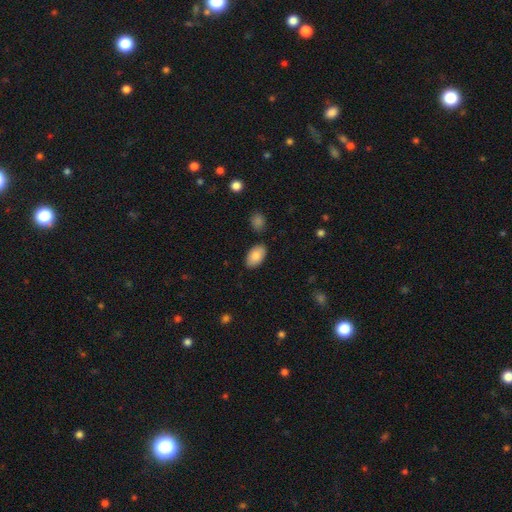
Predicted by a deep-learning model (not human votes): smooth 83%, featured or disk 10%, star or artifact 7%. Down the decision tree: how rounded — in between (94%); merging — none (84%).